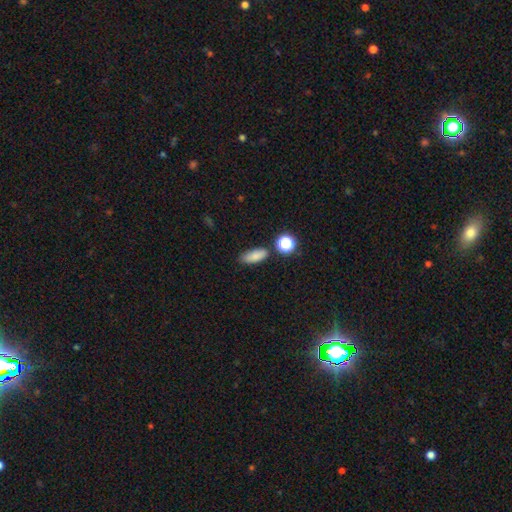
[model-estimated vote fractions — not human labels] smooth_or_featured: smooth (p=0.81) [alt: star or artifact p=0.12]
how_rounded: in between (p=0.73) [alt: cigar-shaped p=0.19]
merging: none (p=0.76) [alt: minor disturbance p=0.14]